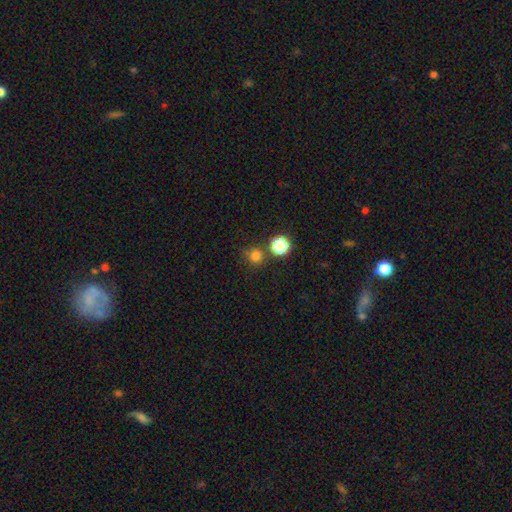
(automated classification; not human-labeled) Smooth or featured: smooth — 76% (star or artifact — 19%)
How rounded: round — 92% (in between — 7%)
Merging: none — 74% (merger — 12%)